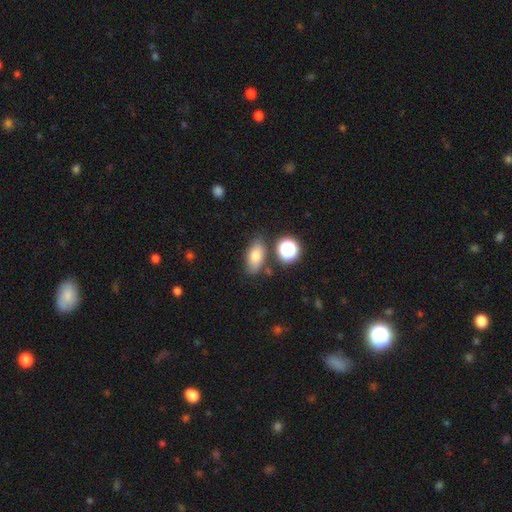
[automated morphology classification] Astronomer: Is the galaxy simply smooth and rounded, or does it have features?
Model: smooth — 76%.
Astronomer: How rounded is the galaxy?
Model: in between — 83%.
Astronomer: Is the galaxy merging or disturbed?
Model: none — 76%.